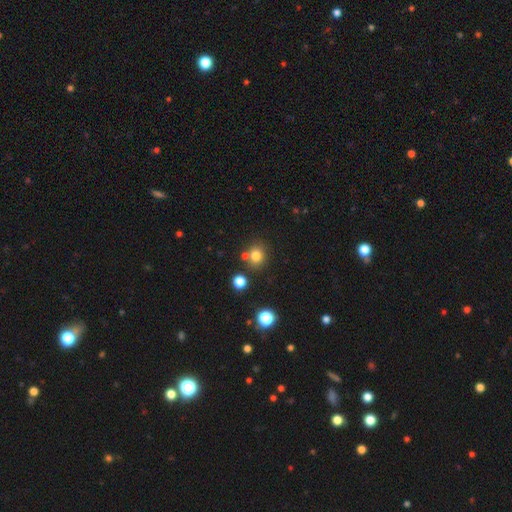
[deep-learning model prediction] Overall: smooth (79%). How rounded: round (80%). Merging: none (73%).